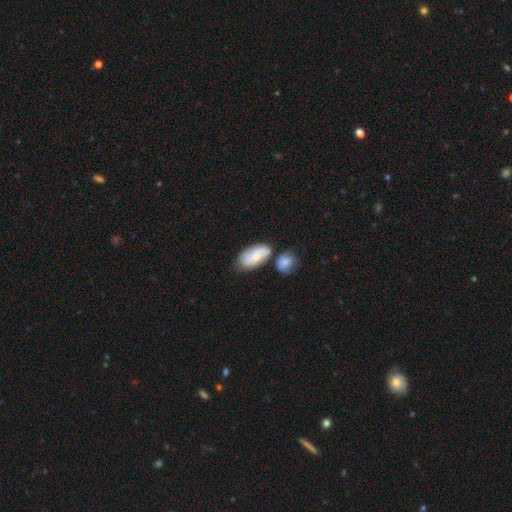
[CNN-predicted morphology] Smooth or featured? smooth (66%)
How rounded? in between (91%)
Merging? none (48%)